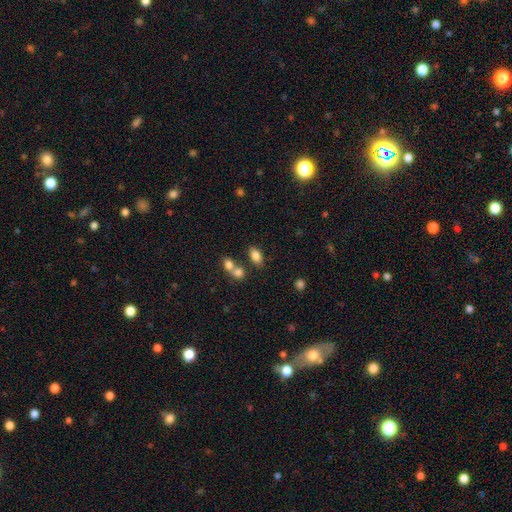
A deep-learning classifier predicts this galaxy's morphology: type=smooth (82%); roundness=in between (87%); merging=none (63%).